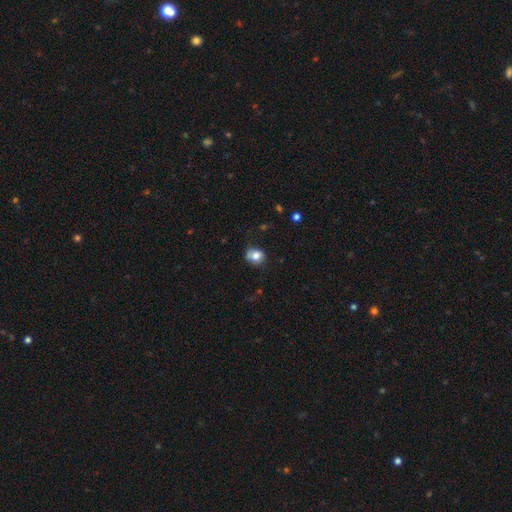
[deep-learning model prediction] A smooth galaxy with no disk features (78%) that is round (65%). Merging: none (63%).